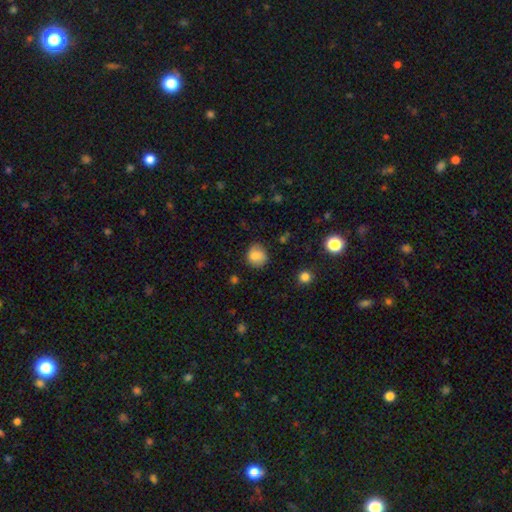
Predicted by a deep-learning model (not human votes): A smooth galaxy with no disk features (75%) that is round (78%).

Vote fractions:
- Smooth or featured? smooth: 75% / featured or disk: 15% / star or artifact: 9%
- How rounded? round: 78% / in between: 21% / cigar-shaped: 1%
- Merging? none: 73% / minor disturbance: 19% / major disturbance: 6% / merger: 2%